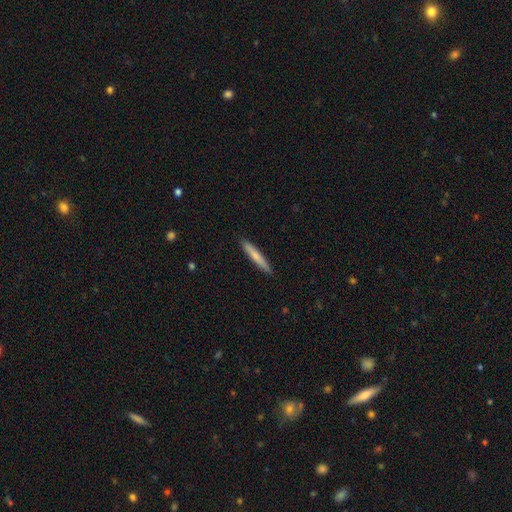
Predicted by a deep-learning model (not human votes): Smooth or featured? smooth (68%)
How rounded? cigar-shaped (95%)
Merging? none (91%)